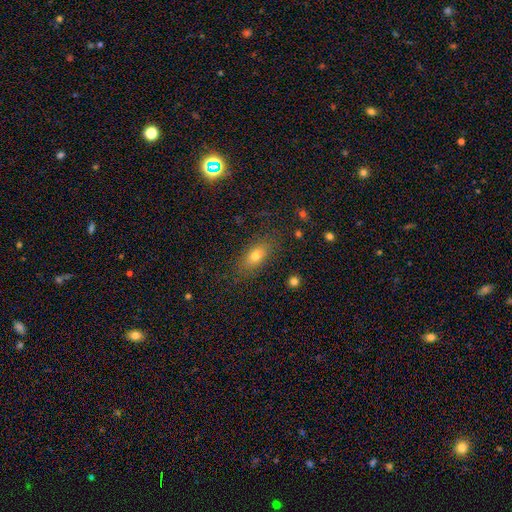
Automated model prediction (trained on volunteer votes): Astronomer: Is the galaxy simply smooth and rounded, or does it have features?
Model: smooth — 73%.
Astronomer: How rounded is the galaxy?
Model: in between — 77%.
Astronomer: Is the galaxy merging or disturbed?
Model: none — 82%.